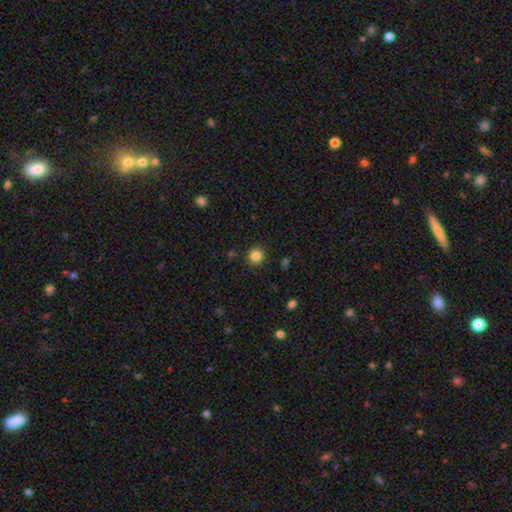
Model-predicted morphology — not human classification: Overall: smooth (84%). How rounded: round (94%). Merging: none (90%).